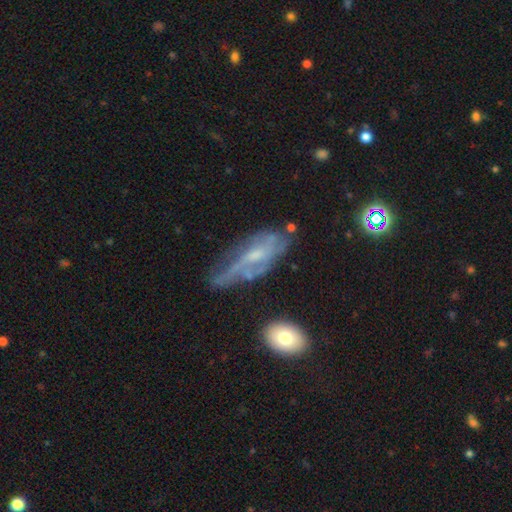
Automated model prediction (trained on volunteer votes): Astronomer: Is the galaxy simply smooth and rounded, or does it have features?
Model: featured or disk — 68%.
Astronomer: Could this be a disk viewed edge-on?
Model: no — 81%.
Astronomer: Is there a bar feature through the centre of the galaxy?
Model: no — 53% (runner-up: weak, 37%).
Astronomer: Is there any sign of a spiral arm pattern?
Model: yes — 66%.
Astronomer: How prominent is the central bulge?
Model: small — 55%.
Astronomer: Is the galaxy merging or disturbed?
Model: none — 40% (runner-up: minor disturbance, 30%).